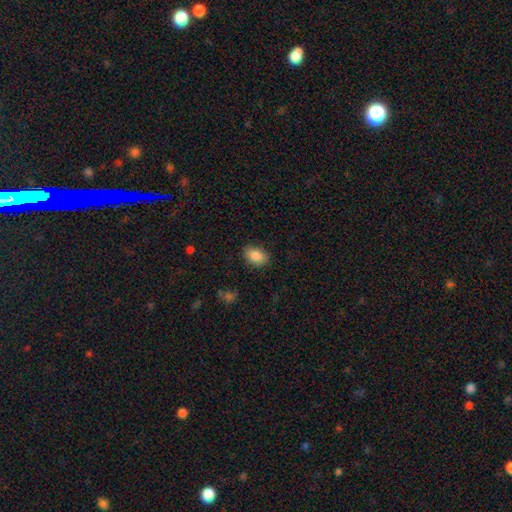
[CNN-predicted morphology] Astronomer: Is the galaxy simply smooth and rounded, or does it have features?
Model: smooth — 87%.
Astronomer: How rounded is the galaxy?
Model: in between — 81%.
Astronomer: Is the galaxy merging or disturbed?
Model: none — 84%.